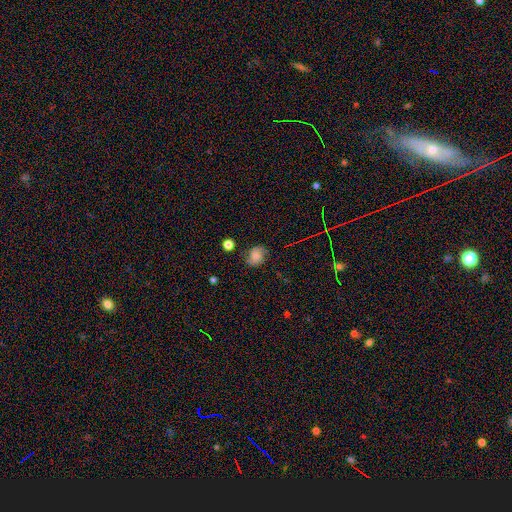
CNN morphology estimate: smooth_or_featured: smooth (p=0.52) [alt: featured or disk p=0.33]
how_rounded: round (p=0.56) [alt: in between p=0.43]
merging: none (p=0.73) [alt: minor disturbance p=0.19]